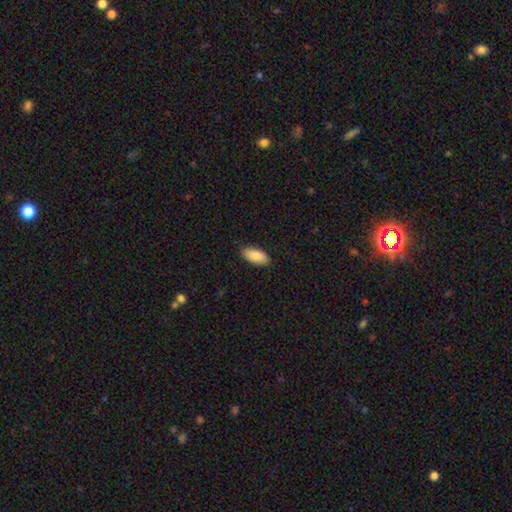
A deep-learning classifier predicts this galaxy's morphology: Smooth or featured?
  - smooth: 87% *
  - featured or disk: 7%
  - star or artifact: 6%
How rounded?
  - in between: 90% *
  - cigar-shaped: 8%
  - round: 2%
Merging?
  - none: 86% *
  - minor disturbance: 11%
  - major disturbance: 2%
  - merger: 1%